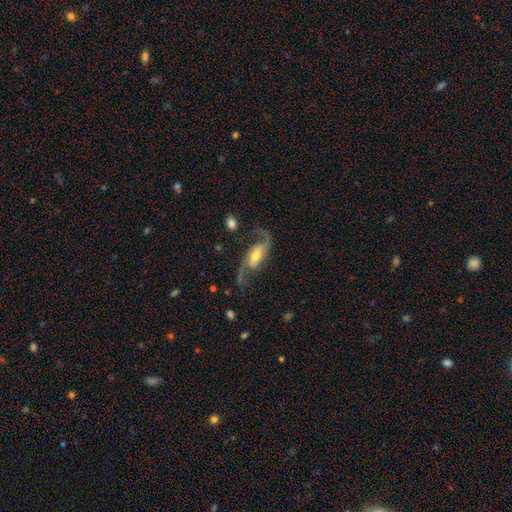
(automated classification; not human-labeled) This appears to be a featured or disk galaxy (87%) with a weak bar (43%), 2 (92%) loose (65%) spiral arms (97%) and a moderate central bulge (58%). Merging: none (69%).